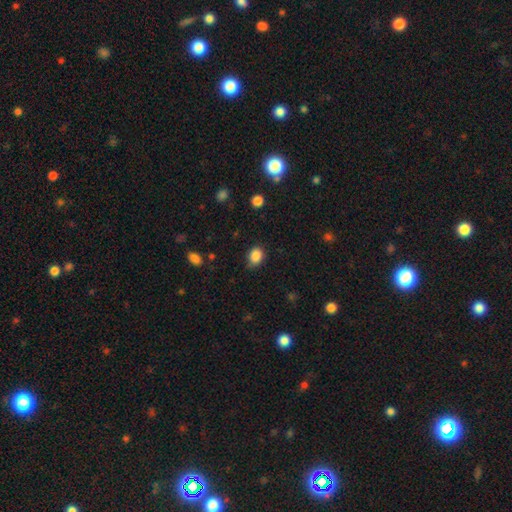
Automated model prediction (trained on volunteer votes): Overall: smooth (87%). How rounded: in between (54%; round 45%). Merging: none (74%).